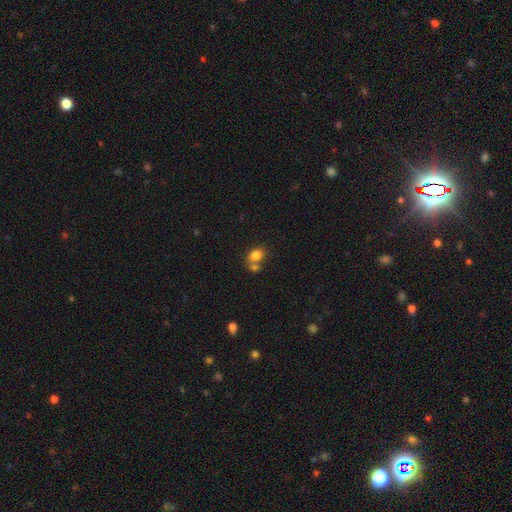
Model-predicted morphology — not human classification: A smooth galaxy with no disk features (81%) that is in between round and cigar-shaped (63%). Merging: none (45%).